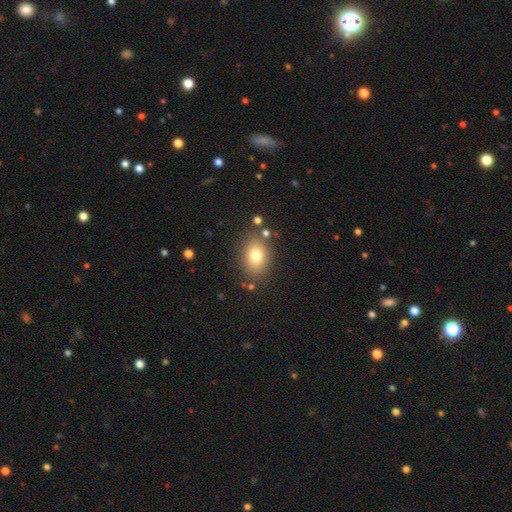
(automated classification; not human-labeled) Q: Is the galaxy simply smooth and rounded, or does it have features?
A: smooth — 76%.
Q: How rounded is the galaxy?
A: in between — 71%.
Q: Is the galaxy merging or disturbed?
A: none — 81%.